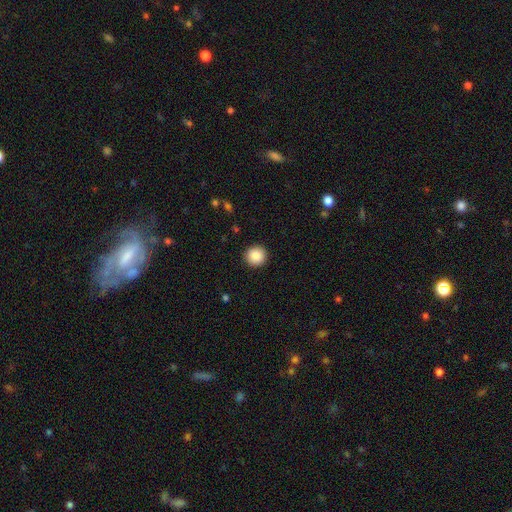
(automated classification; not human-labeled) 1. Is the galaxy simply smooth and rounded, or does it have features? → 89% smooth, 8% star or artifact, 3% featured or disk.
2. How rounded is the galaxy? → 95% round, 4% in between, 1% cigar-shaped.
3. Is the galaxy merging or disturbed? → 93% none, 5% minor disturbance, 2% major disturbance, 1% merger.